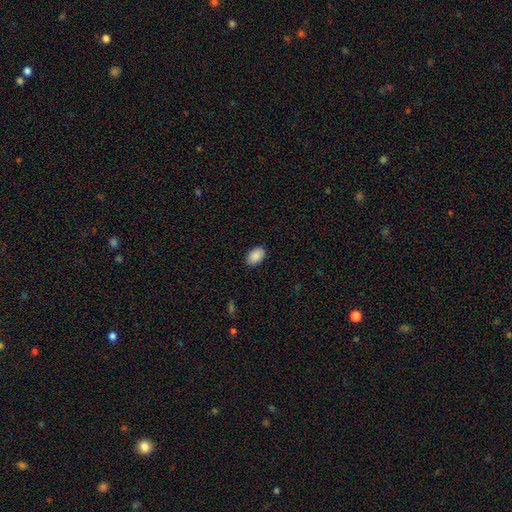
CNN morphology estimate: The model was most divided on "merging": none: 89%, minor disturbance: 8%, major disturbance: 2%, merger: 1%. More confident: how rounded — in between (90%); smooth or featured — smooth (90%).